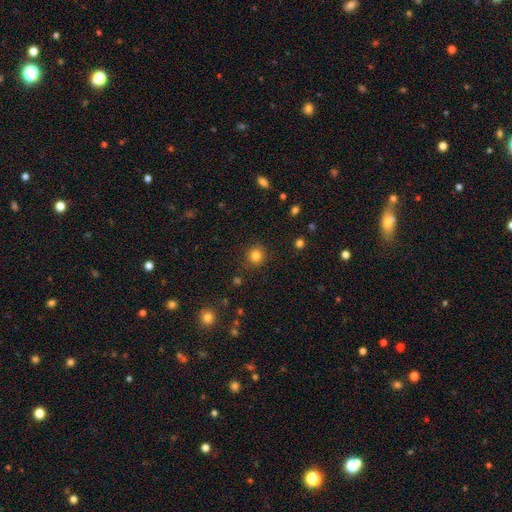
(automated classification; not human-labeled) smooth-or-featured: smooth: 82% | star or artifact: 13% | featured or disk: 6%
  how-rounded: round: 88% | in between: 11% | cigar-shaped: 1%
  merging: none: 87% | minor disturbance: 8% | major disturbance: 3% | merger: 1%